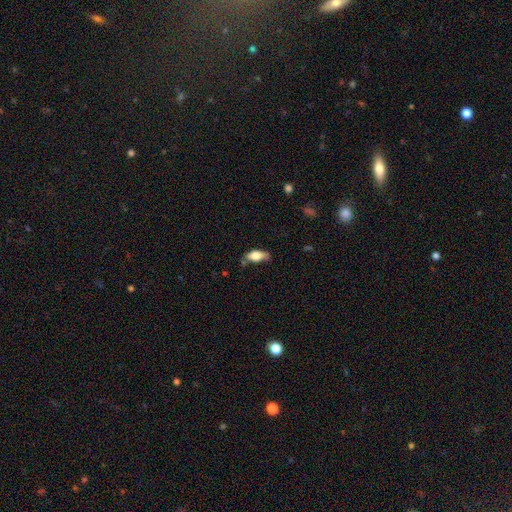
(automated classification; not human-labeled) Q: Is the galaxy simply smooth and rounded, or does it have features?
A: smooth — 72%.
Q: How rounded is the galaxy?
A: in between — 83%.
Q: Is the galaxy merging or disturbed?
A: none — 56%.